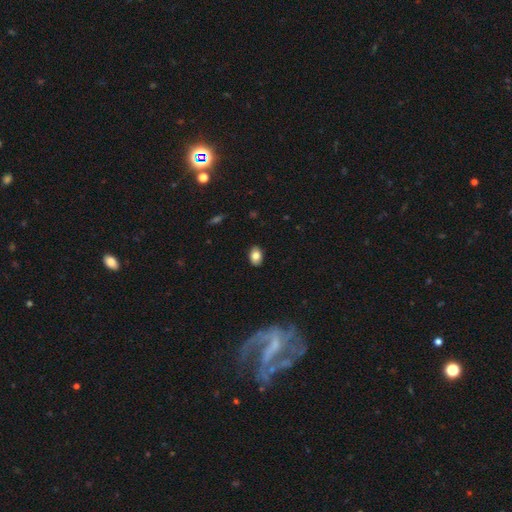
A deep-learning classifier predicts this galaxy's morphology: The model was most divided on "smooth or featured": smooth: 81%, featured or disk: 11%, star or artifact: 8%. More confident: merging — none (88%); how rounded — in between (86%).